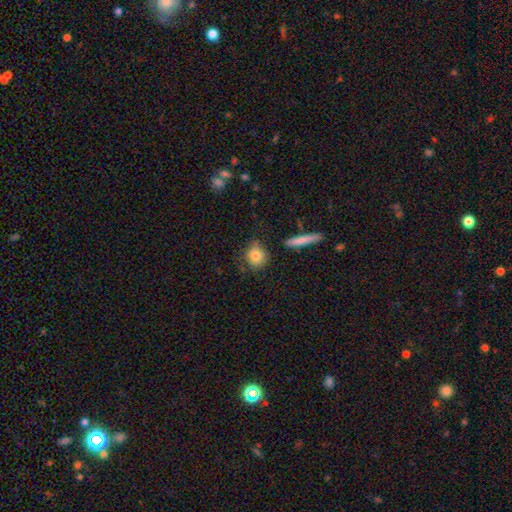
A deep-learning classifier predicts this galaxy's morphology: Smooth or featured? Predicted: smooth (p=0.81). How rounded? Predicted: round (p=0.75). Merging? Predicted: none (p=0.73).